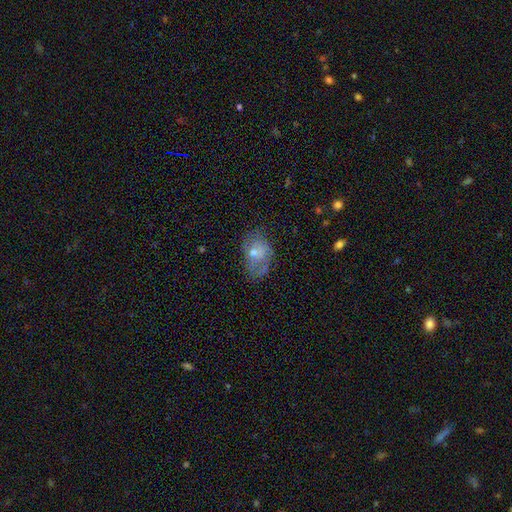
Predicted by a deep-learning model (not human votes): smooth-or-featured: featured or disk: 52% | smooth: 36% | star or artifact: 12%
  disk-edge-on: no: 95% | yes: 5%
  merging: none: 54% | minor disturbance: 26% | major disturbance: 17% | merger: 2%